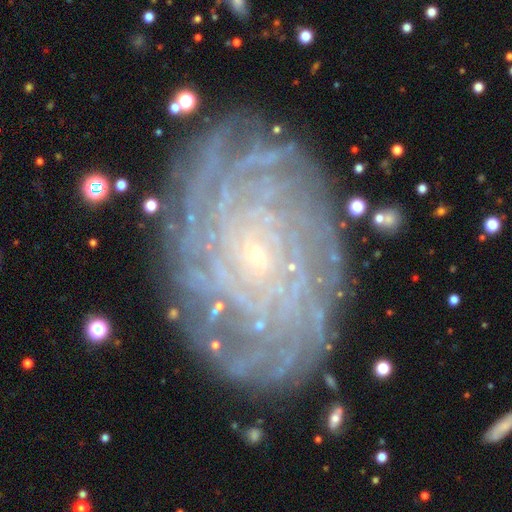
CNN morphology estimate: type=featured or disk (83%); edge-on=no (96%); bar=no (75%); spiral arms=yes (96%); winding=tight (85%); arm count=more than 4 (38%); bulge=small (87%); merging=none (84%).